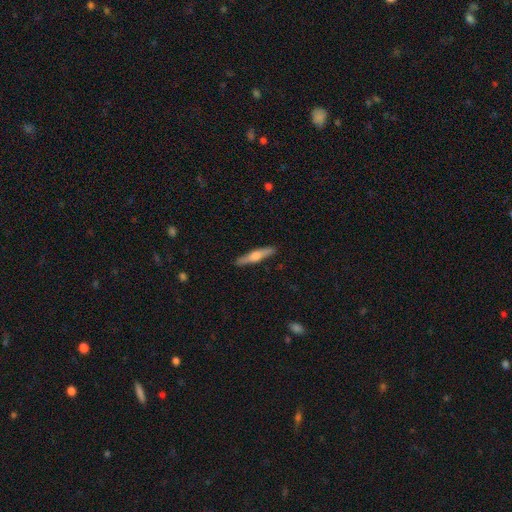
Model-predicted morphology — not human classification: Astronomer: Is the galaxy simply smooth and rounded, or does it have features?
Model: featured or disk — 53% (runner-up: smooth, 41%).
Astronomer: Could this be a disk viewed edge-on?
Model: yes — 96%.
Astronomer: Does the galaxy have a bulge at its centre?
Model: rounded — 88%.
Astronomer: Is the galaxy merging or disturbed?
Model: none — 90%.